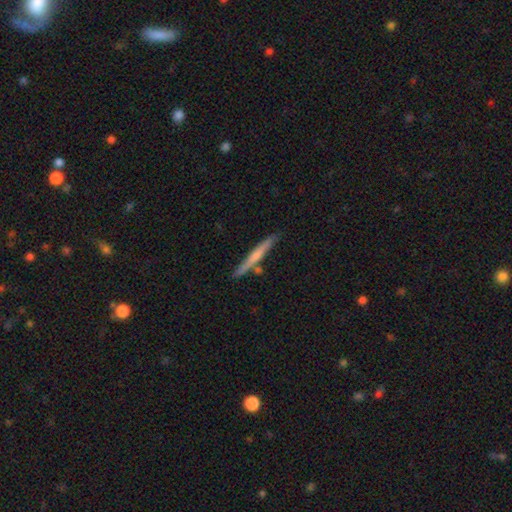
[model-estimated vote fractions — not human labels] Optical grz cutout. It shows a smooth galaxy with no disk features (51%) that is cigar-shaped (96%). Merging: none (82%).